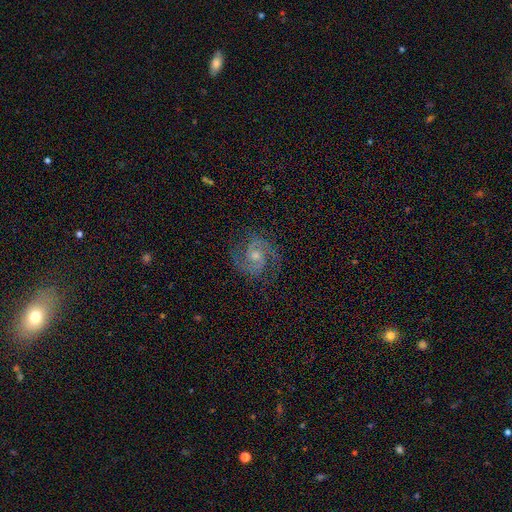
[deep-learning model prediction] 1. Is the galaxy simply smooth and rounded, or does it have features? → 88% featured or disk, 6% star or artifact, 5% smooth.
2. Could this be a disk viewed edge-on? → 98% no, 2% yes.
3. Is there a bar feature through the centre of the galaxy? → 60% no, 34% weak, 7% strong.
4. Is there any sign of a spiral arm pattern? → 98% yes, 2% no.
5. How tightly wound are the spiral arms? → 55% medium, 35% tight, 10% loose.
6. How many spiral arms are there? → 91% 2, 3% can't tell, 2% 3, 1% 1, 1% 4, 1% more than 4.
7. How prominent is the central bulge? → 52% moderate, 42% small, 3% none, 2% large, 1% dominant.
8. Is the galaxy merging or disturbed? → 82% none, 13% minor disturbance, 5% major disturbance, 1% merger.